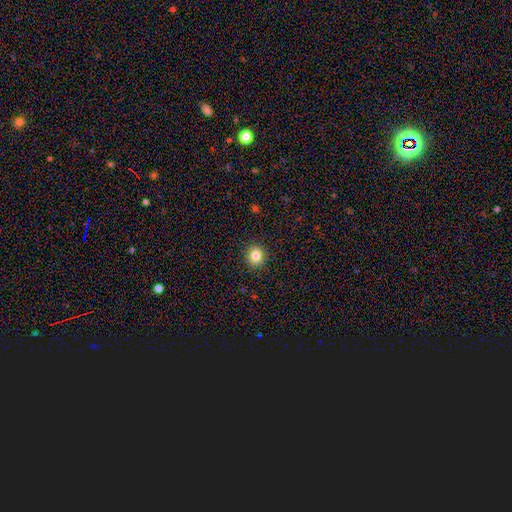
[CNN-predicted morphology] type=smooth (83%); roundness=round (86%); merging=none (91%).